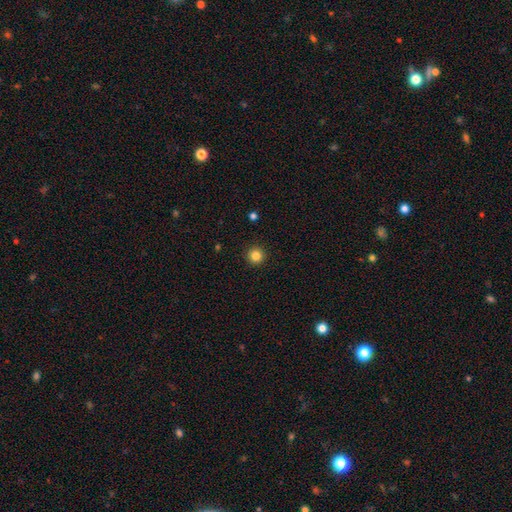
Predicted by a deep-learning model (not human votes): Smooth or featured?
  - smooth: 84% *
  - star or artifact: 12%
  - featured or disk: 5%
How rounded?
  - round: 96% *
  - in between: 3%
  - cigar-shaped: 1%
Merging?
  - none: 93% *
  - minor disturbance: 4%
  - major disturbance: 2%
  - merger: 1%